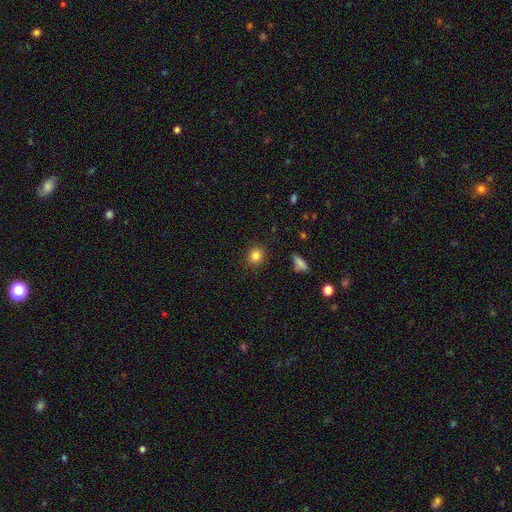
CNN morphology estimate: A smooth galaxy with no disk features (84%) that is round (81%). Merging: none (89%).